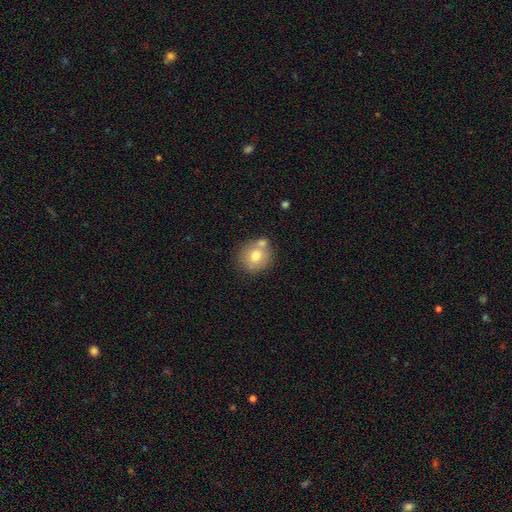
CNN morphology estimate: smooth_or_featured: smooth (p=0.71) [alt: featured or disk p=0.20]
how_rounded: round (p=0.83) [alt: in between p=0.16]
merging: none (p=0.58) [alt: merger p=0.26]